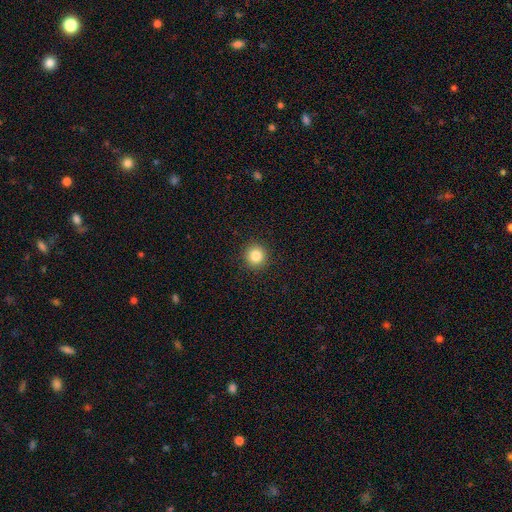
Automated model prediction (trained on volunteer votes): Morphology: type=smooth (84%); roundness=round (94%); merging=none (92%).